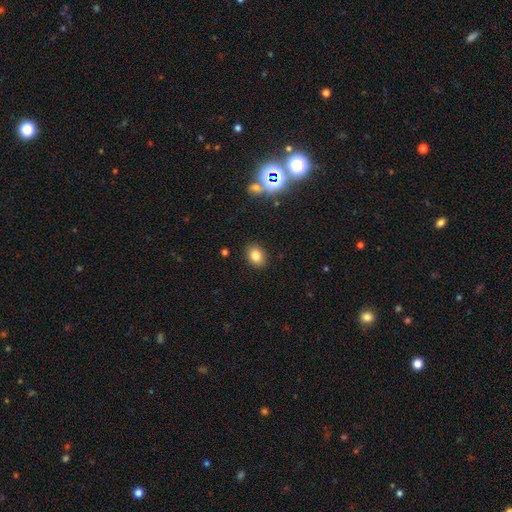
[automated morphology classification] The model was most divided on "how rounded": in between: 65%, round: 34%, cigar-shaped: 1%. More confident: merging — none (88%); smooth or featured — smooth (81%).